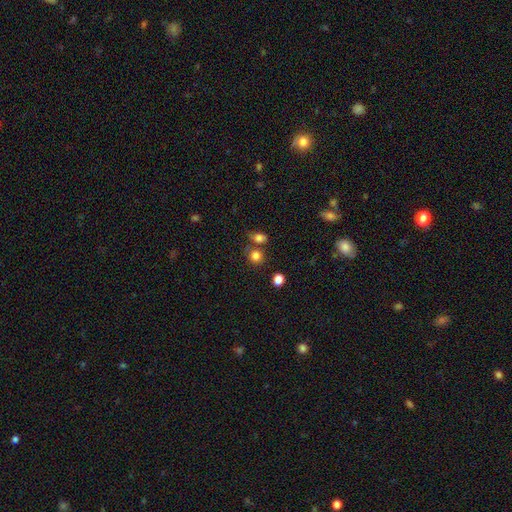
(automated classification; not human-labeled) A smooth galaxy with no disk features (81%) that is round (83%). Merging: none (63%).